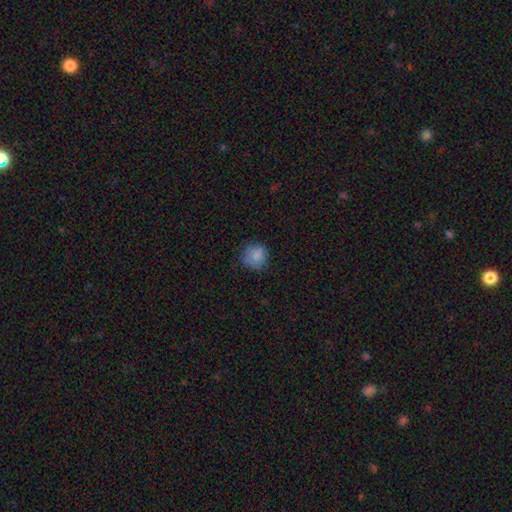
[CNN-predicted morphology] The model was most divided on "merging": none: 79%, minor disturbance: 16%, major disturbance: 4%, merger: 1%. More confident: how rounded — round (88%); smooth or featured — smooth (85%).